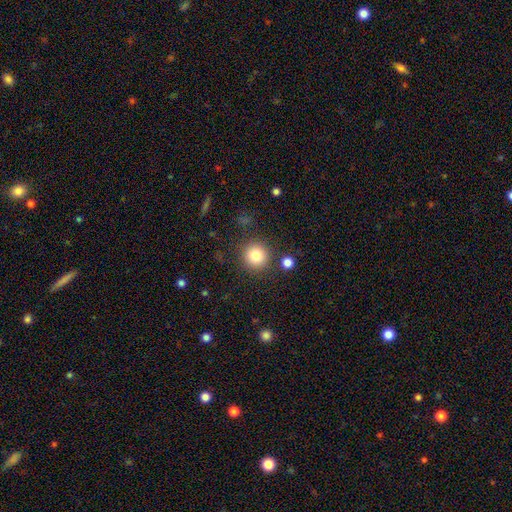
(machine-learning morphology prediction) This is clearly a smooth galaxy (83%). How rounded: clearly round (94%). Merging: clearly none (86%).